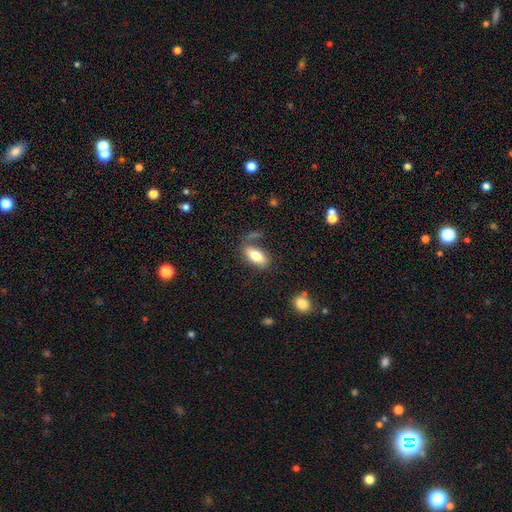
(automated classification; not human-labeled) This appears to be a smooth galaxy with no disk features (75%) that is in between round and cigar-shaped (86%). Merging: none (70%).